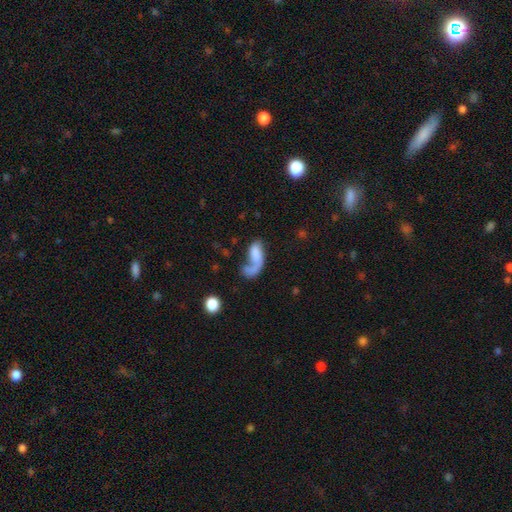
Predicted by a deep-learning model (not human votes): This is possibly a smooth galaxy (54%). How rounded: clearly in between (81%). Merging: marginally major disturbance (34%).